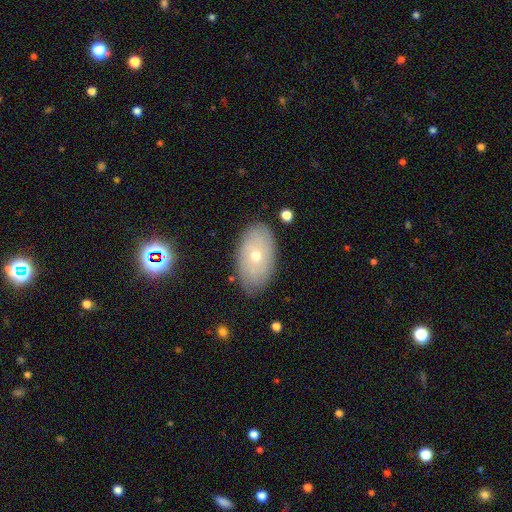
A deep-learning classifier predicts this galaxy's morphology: smooth-or-featured: smooth: 48% | featured or disk: 43% | star or artifact: 9%
  merging: none: 81% | minor disturbance: 15% | major disturbance: 3% | merger: 1%